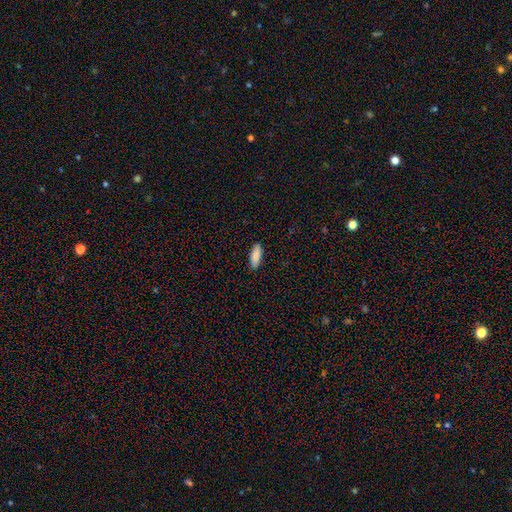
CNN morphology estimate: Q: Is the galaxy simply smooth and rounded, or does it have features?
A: smooth — 88%.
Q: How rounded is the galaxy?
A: in between — 66%.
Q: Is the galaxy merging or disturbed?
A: none — 90%.